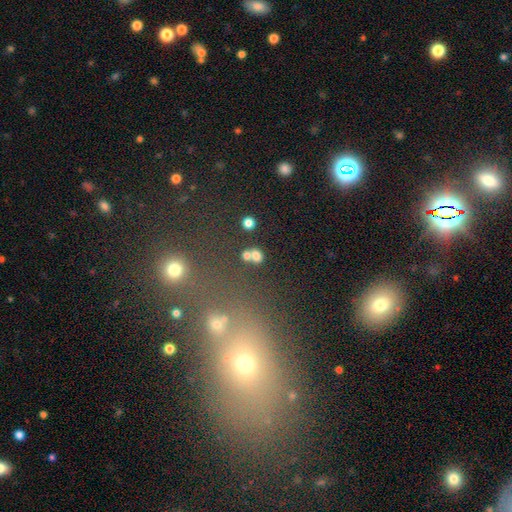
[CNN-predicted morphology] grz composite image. It shows a smooth galaxy with no disk features (72%) that is round (74%). Merging: none (53%).